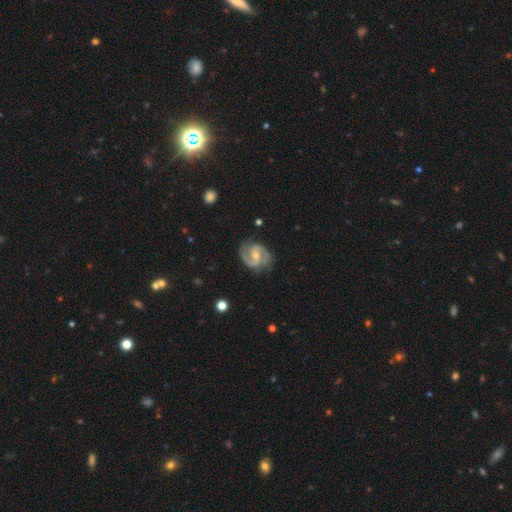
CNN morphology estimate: smooth_or_featured: featured or disk (p=0.88) [alt: smooth p=0.08]
disk_edge_on: no (p=0.98) [alt: yes p=0.02]
bar: weak (p=0.52) [alt: no p=0.30]
has_spiral_arms: yes (p=0.97) [alt: no p=0.03]
spiral_winding: medium (p=0.57) [alt: tight p=0.24]
spiral_arm_count: 2 (p=0.91) [alt: can't tell p=0.03]
bulge_size: small (p=0.49) [alt: moderate p=0.46]
merging: none (p=0.77) [alt: minor disturbance p=0.16]